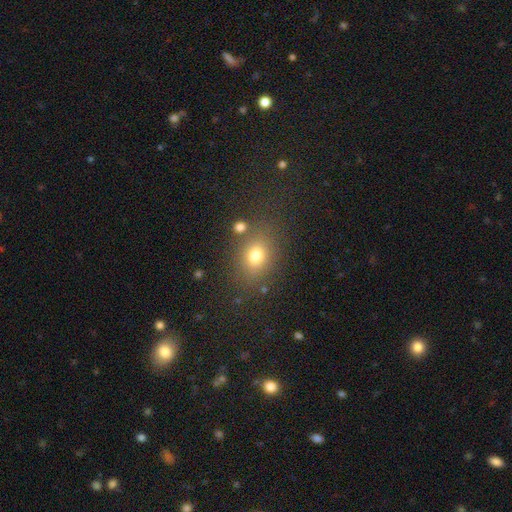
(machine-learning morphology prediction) Smooth or featured? Predicted: smooth (p=0.75). How rounded? Predicted: in between (p=0.58). Merging? Predicted: none (p=0.76).